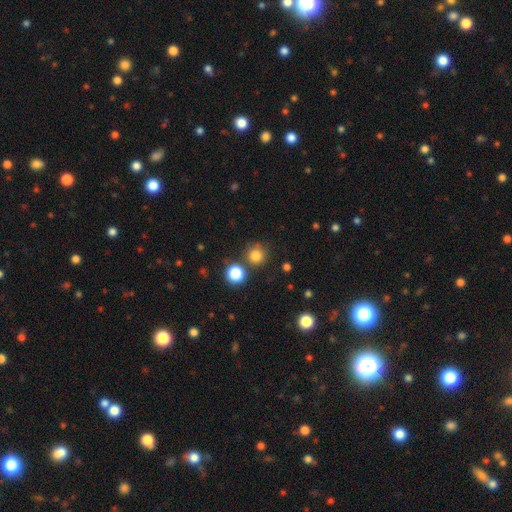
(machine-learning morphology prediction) Smooth or featured: smooth — 81% (star or artifact — 14%)
How rounded: round — 94% (in between — 5%)
Merging: none — 80% (merger — 9%)